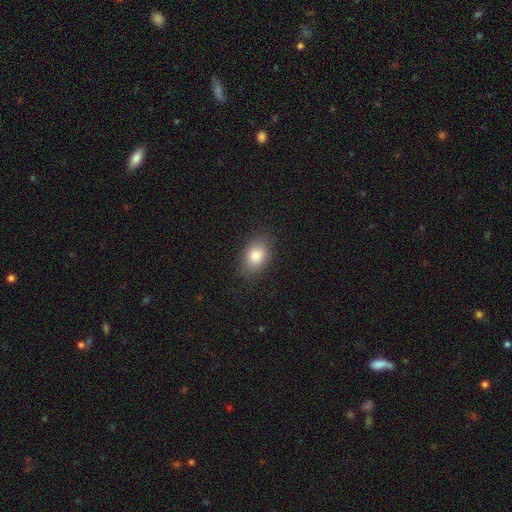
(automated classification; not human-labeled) smooth 82%, featured or disk 9%, star or artifact 9%. Down the decision tree: how rounded — in between (78%); merging — none (85%).